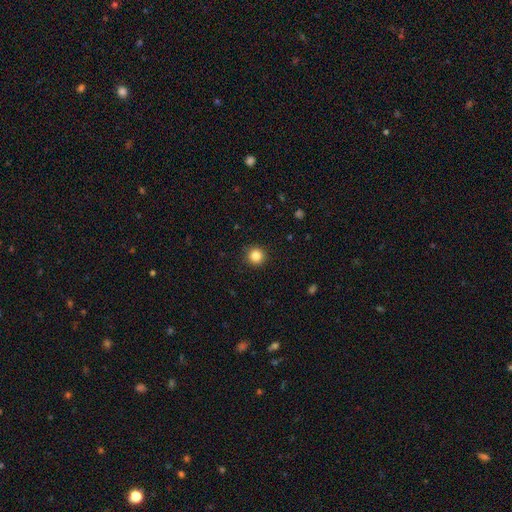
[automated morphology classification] This appears to be a smooth galaxy with no disk features (85%) that is round (94%). Merging: none (91%).